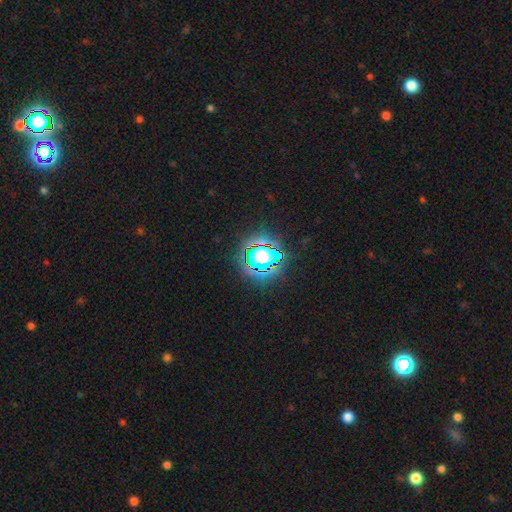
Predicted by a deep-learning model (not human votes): Overall: star or artifact (77%).